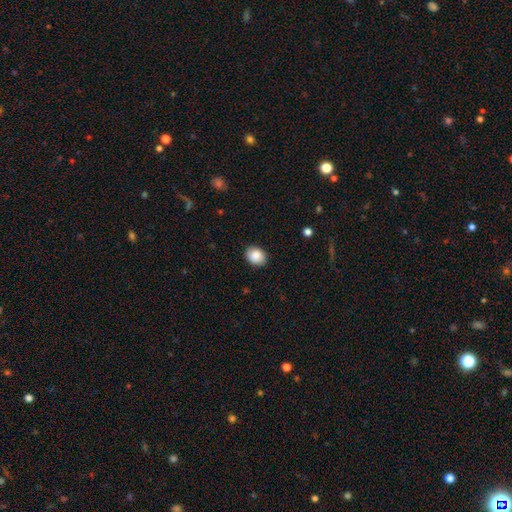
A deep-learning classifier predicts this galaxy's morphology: Smooth or featured? smooth (88%)
How rounded? round (51%)
Merging? none (88%)